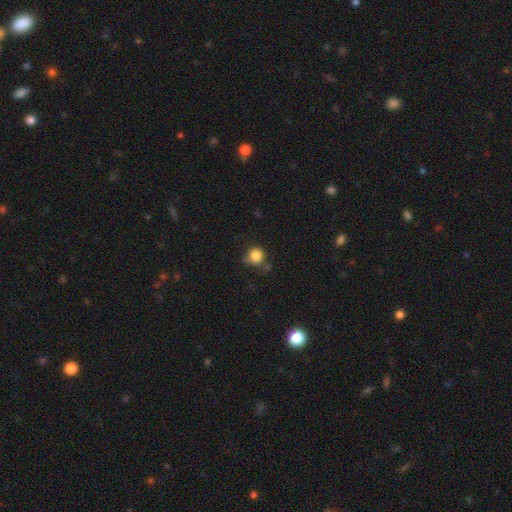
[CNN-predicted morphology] Smooth or featured? Predicted: smooth (p=0.83). How rounded? Predicted: round (p=0.87). Merging? Predicted: none (p=0.63).